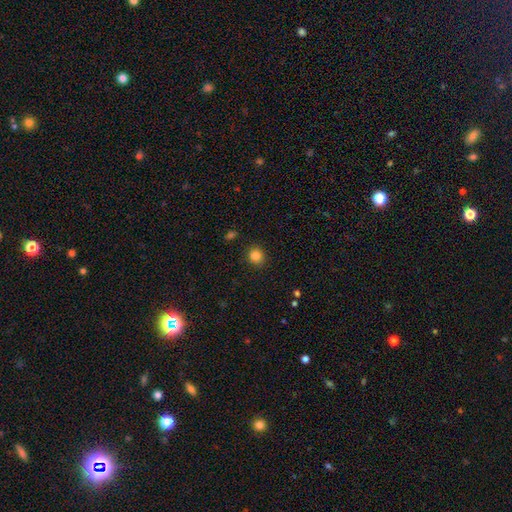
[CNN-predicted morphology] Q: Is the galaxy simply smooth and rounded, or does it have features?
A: smooth — 84%.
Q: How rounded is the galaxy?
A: round — 83%.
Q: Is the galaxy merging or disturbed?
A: none — 89%.